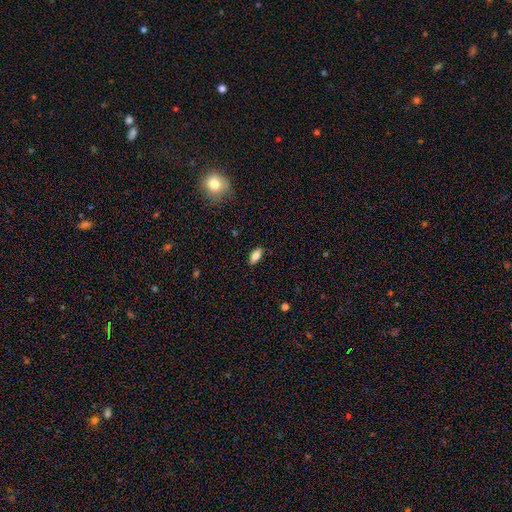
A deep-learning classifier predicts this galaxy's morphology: Smooth or featured? smooth (81%)
How rounded? in between (85%)
Merging? none (85%)